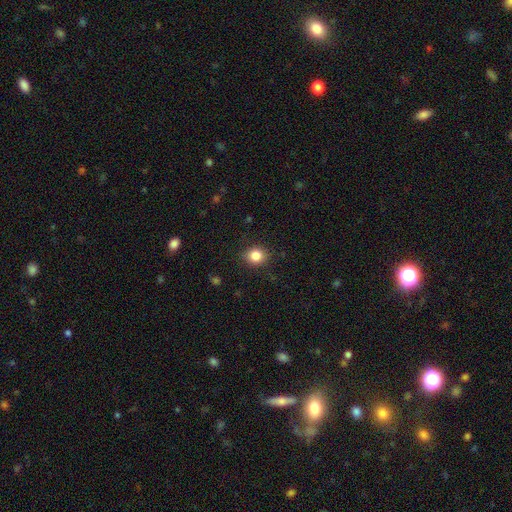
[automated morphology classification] This is clearly a smooth galaxy (84%). How rounded: likely round (74%). Merging: clearly none (87%).